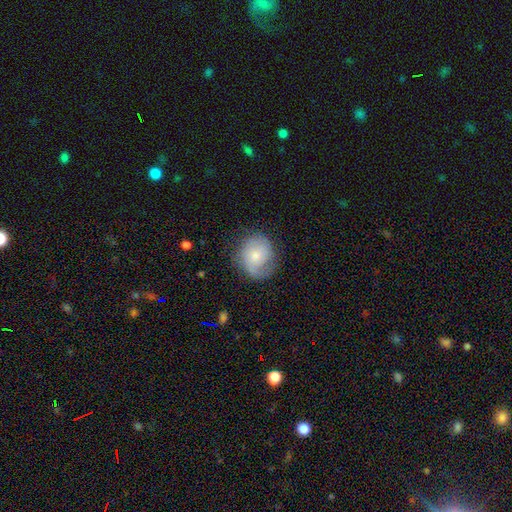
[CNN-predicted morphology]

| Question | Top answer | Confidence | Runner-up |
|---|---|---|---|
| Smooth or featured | featured or disk | 51% | smooth (42%) |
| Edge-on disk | no | 97% | yes (3%) |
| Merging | none | 66% | minor disturbance (22%) |